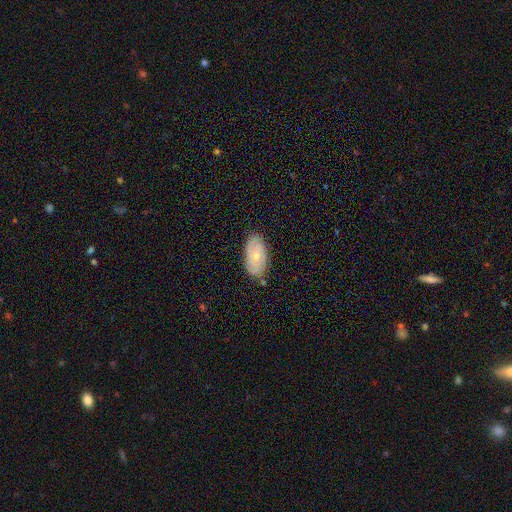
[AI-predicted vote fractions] smooth_or_featured: featured or disk (p=0.55) [alt: smooth p=0.38]
disk_edge_on: no (p=0.93) [alt: yes p=0.07]
bar: no (p=0.79) [alt: weak p=0.18]
has_spiral_arms: yes (p=0.74) [alt: no p=0.26]
bulge_size: small (p=0.56) [alt: moderate p=0.40]
merging: none (p=0.78) [alt: minor disturbance p=0.17]